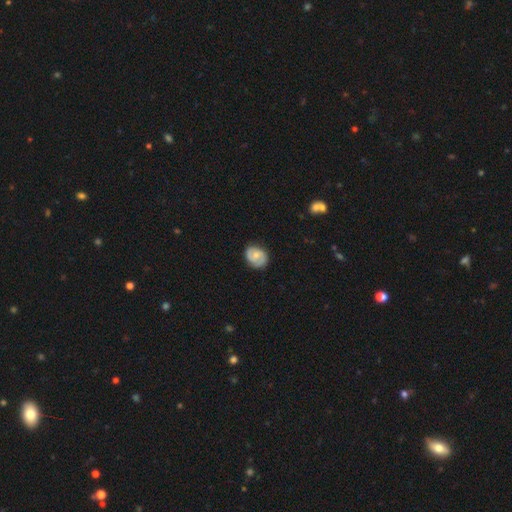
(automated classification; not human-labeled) smooth_or_featured: featured or disk (p=0.51) [alt: smooth p=0.42]
disk_edge_on: no (p=0.97) [alt: yes p=0.03]
merging: none (p=0.78) [alt: minor disturbance p=0.17]